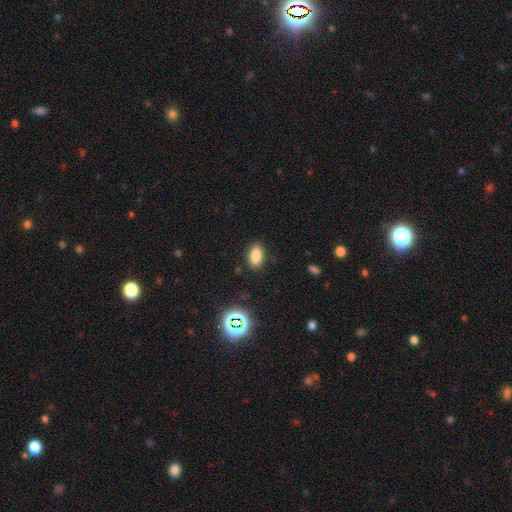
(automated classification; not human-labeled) Overall: smooth (82%). How rounded: in between (90%). Merging: none (86%).